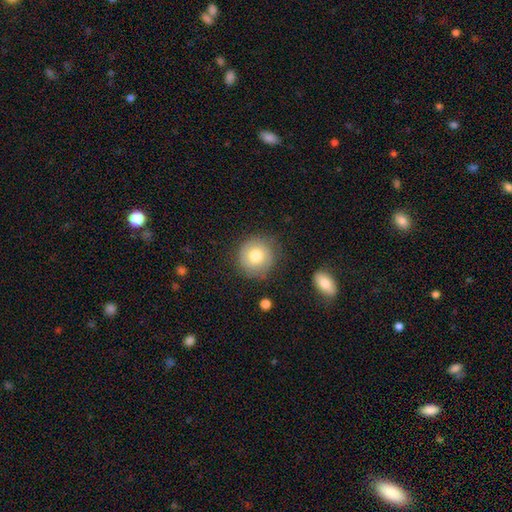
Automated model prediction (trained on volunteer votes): A smooth galaxy with no disk features (72%) that is round (92%).

Vote fractions:
- Smooth or featured? smooth: 72% / featured or disk: 20% / star or artifact: 8%
- How rounded? round: 92% / in between: 7% / cigar-shaped: 1%
- Merging? none: 80% / minor disturbance: 14% / major disturbance: 4% / merger: 2%